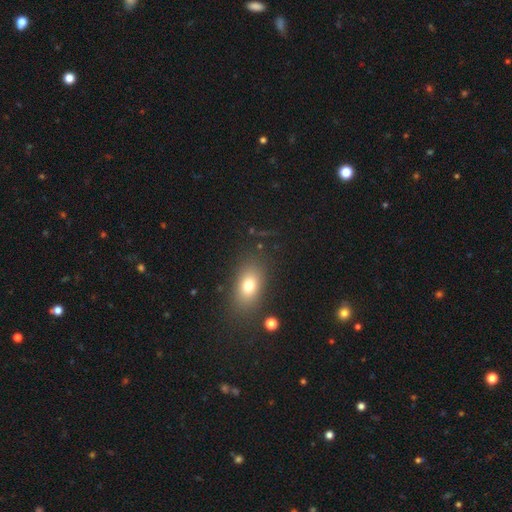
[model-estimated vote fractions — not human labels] Smooth or featured: smooth — 68% (star or artifact — 21%)
How rounded: in between — 78% (round — 19%)
Merging: none — 83% (minor disturbance — 11%)